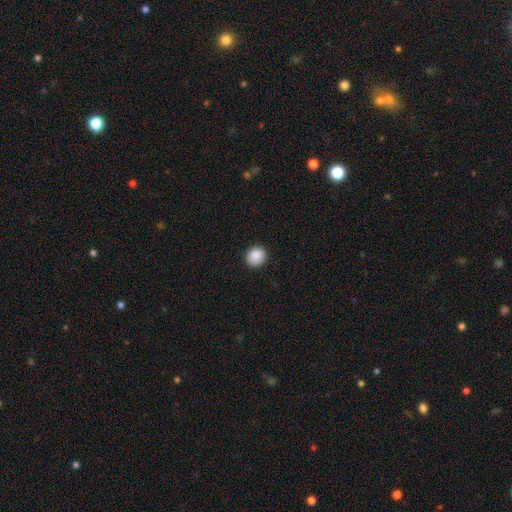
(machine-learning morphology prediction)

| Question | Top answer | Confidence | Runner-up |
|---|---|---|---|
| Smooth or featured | smooth | 89% | star or artifact (8%) |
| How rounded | round | 80% | in between (19%) |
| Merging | none | 91% | minor disturbance (6%) |